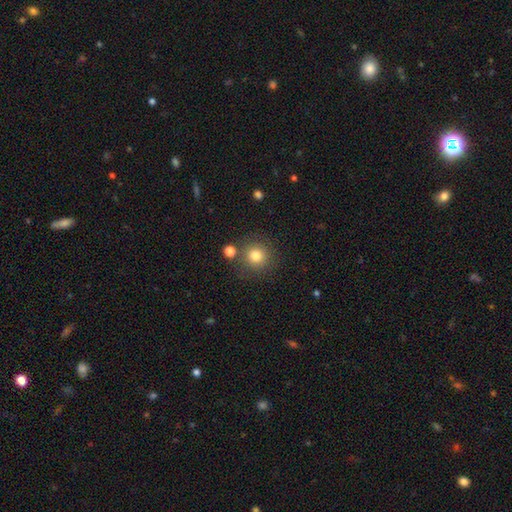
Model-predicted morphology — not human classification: This appears to be a smooth galaxy with no disk features (81%) that is round (94%). Merging: none (81%).